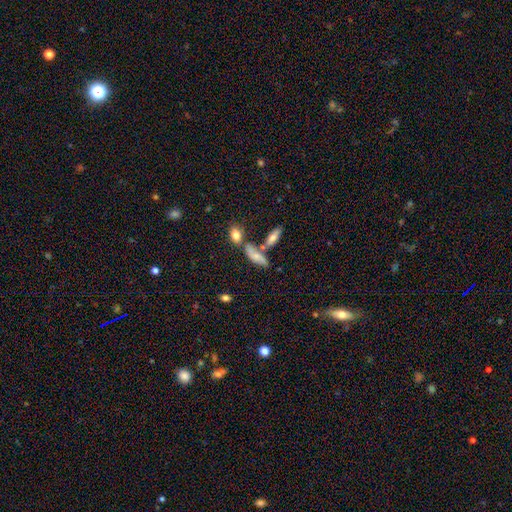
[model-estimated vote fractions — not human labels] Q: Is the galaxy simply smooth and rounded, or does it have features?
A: smooth — 62%.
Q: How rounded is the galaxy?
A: in between — 62%.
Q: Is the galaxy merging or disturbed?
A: none — 45%.